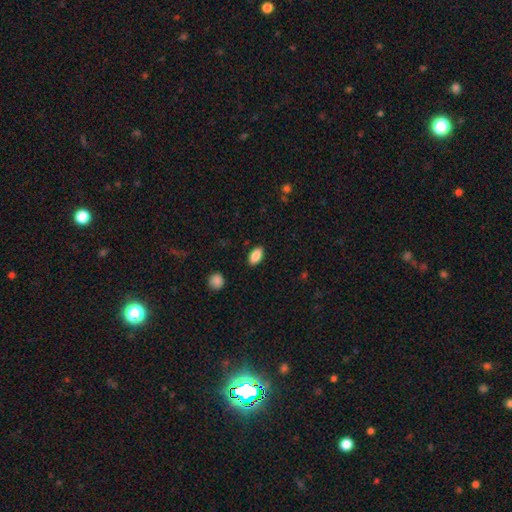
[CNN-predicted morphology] smooth 86%, star or artifact 8%, featured or disk 7%. Down the decision tree: how rounded — in between (91%); merging — none (88%).